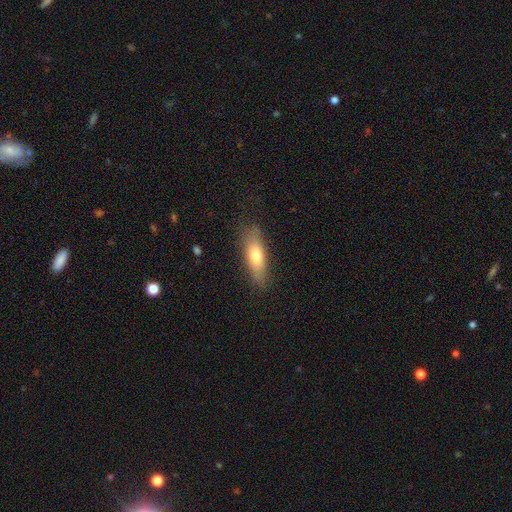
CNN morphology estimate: This appears to be a smooth galaxy with no disk features (68%) that is in between round and cigar-shaped (54%). Merging: none (80%).